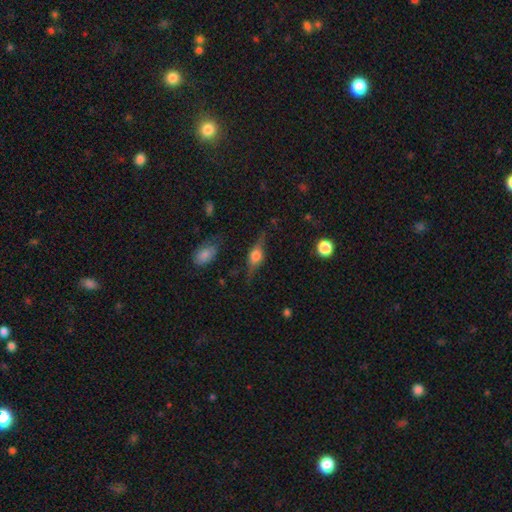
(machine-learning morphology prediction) Smooth or featured: featured or disk — 64% (smooth — 28%)
Edge-on disk: yes — 94% (no — 6%)
Edge-on bulge: rounded — 90% (boxy — 8%)
Merging: none — 75% (minor disturbance — 17%)